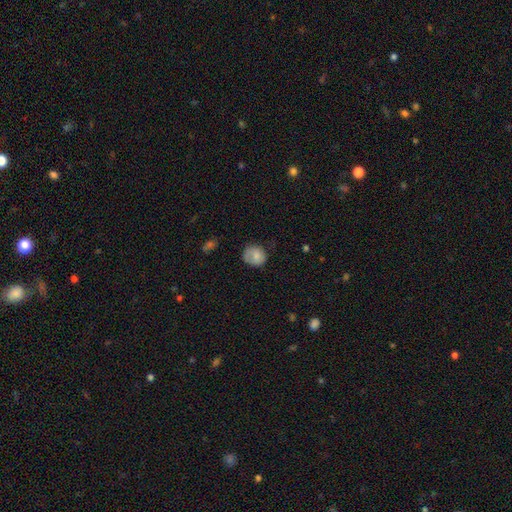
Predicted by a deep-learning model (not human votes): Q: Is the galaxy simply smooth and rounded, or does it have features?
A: smooth — 77%.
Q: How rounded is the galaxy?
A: round — 75%.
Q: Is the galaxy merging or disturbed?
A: none — 62%.